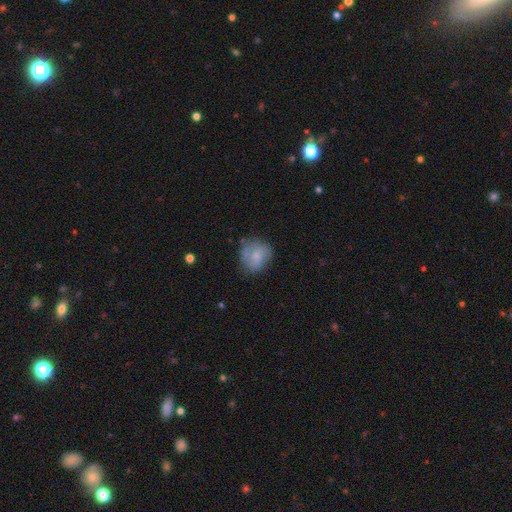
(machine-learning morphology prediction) Overall: smooth (66%; featured or disk 26%). How rounded: round (74%). Merging: none (63%; minor disturbance 24%).